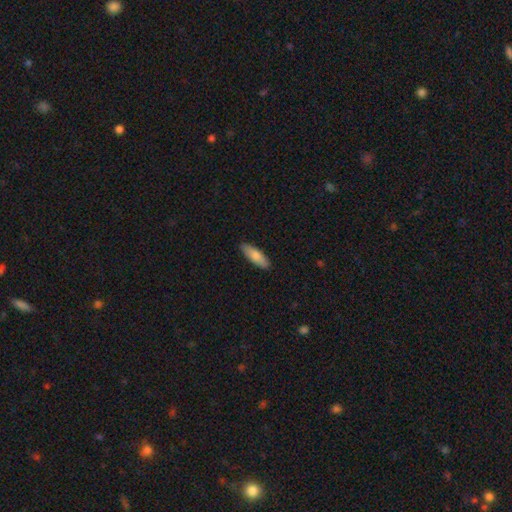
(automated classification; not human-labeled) A smooth galaxy with no disk features (81%) that is in between round and cigar-shaped (57%). Merging: none (88%).